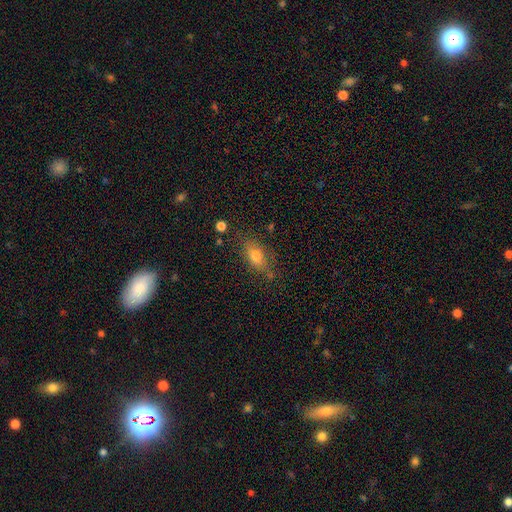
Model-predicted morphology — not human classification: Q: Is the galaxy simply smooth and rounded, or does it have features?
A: smooth — 73%.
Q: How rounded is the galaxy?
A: in between — 79%.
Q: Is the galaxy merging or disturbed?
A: none — 72%.